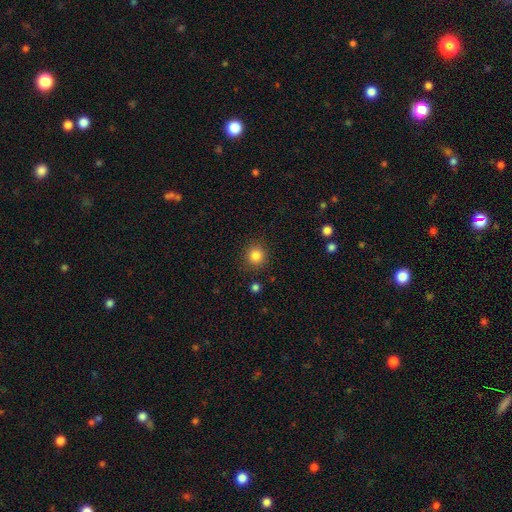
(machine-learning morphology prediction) Smooth or featured? smooth (85%)
How rounded? round (92%)
Merging? none (88%)